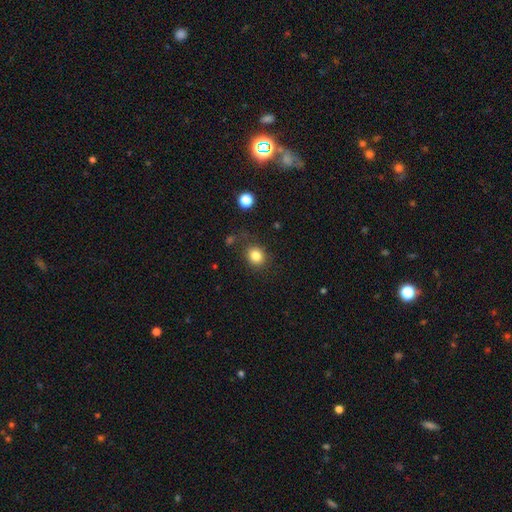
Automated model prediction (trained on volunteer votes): Smooth or featured: smooth — 83% (star or artifact — 11%)
How rounded: round — 72% (in between — 27%)
Merging: none — 79% (minor disturbance — 12%)